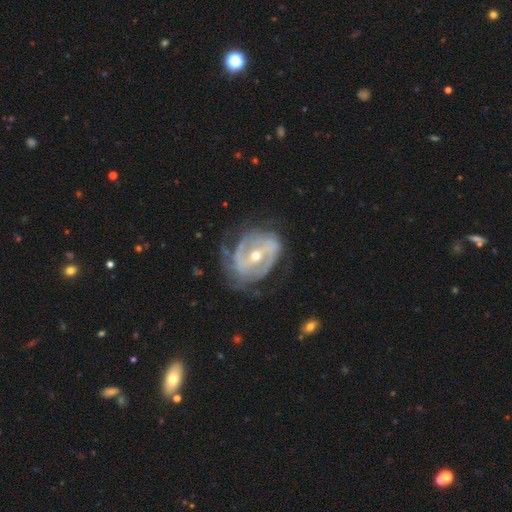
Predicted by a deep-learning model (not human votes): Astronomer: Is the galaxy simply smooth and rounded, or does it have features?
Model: featured or disk — 87%.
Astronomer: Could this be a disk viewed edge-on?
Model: no — 96%.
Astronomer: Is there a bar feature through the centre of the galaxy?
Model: strong — 46% (runner-up: weak, 37%).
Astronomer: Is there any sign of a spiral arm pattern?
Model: yes — 88%.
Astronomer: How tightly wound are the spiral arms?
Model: tight — 46% (runner-up: medium, 37%).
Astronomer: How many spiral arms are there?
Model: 2 — 51%.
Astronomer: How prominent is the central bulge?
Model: moderate — 54% (runner-up: small, 43%).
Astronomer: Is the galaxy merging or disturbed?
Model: none — 59%.